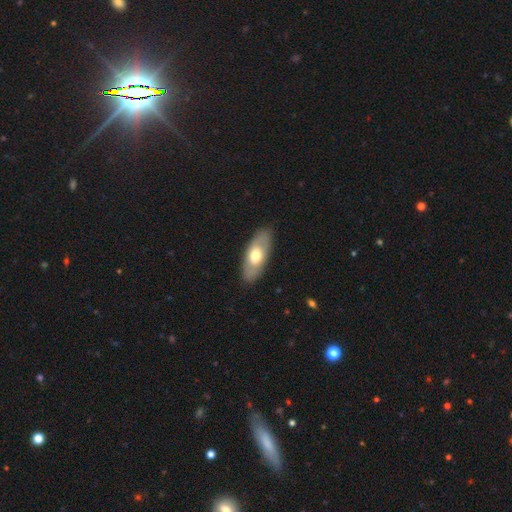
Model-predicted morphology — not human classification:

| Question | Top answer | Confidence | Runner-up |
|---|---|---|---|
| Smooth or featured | smooth | 57% | featured or disk (38%) |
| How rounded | in between | 84% | cigar-shaped (13%) |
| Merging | none | 85% | minor disturbance (11%) |